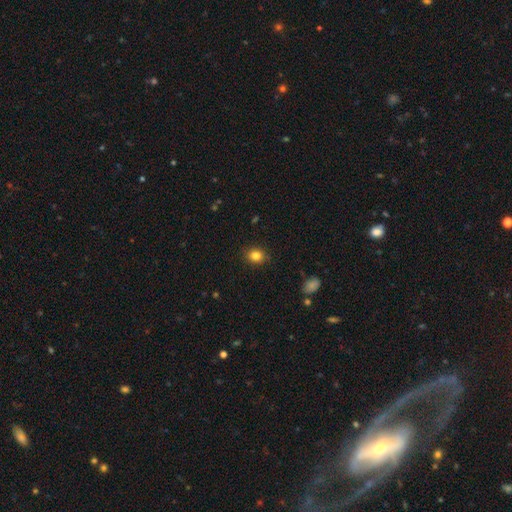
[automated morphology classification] This appears to be a smooth galaxy with no disk features (83%) that is round (58%). Merging: none (86%).